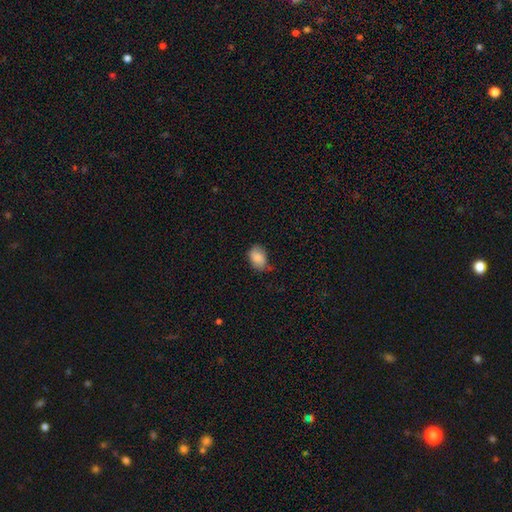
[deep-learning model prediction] Smooth or featured: smooth — 82% (star or artifact — 9%)
How rounded: in between — 80% (round — 18%)
Merging: none — 58% (minor disturbance — 32%)